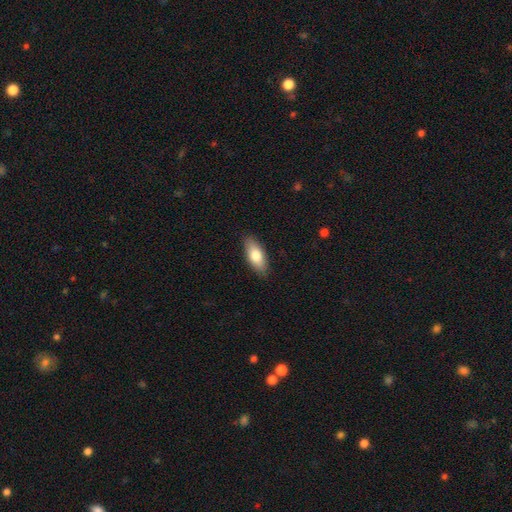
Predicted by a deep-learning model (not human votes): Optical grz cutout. It shows a smooth galaxy with no disk features (75%) that is in between round and cigar-shaped (78%). Merging: none (87%).